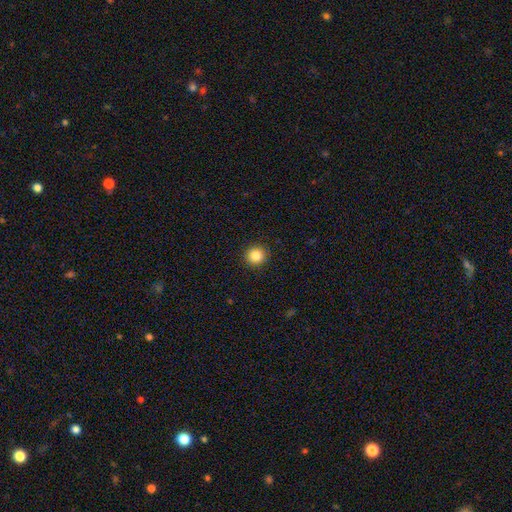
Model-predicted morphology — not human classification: smooth_or_featured: smooth (p=0.86) [alt: star or artifact p=0.10]
how_rounded: round (p=0.93) [alt: in between p=0.07]
merging: none (p=0.92) [alt: minor disturbance p=0.05]